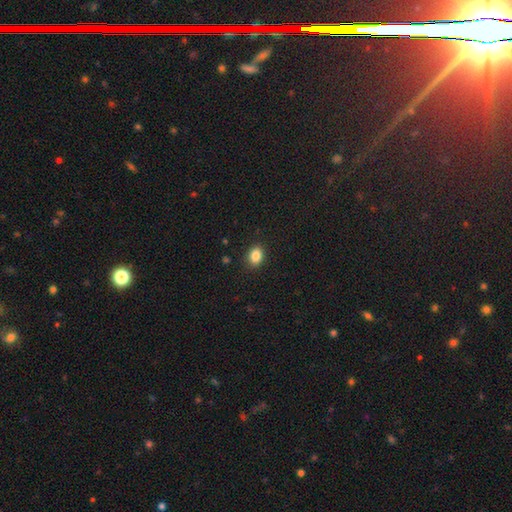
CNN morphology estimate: A smooth galaxy with no disk features (86%) that is in between round and cigar-shaped (63%). Merging: none (89%).